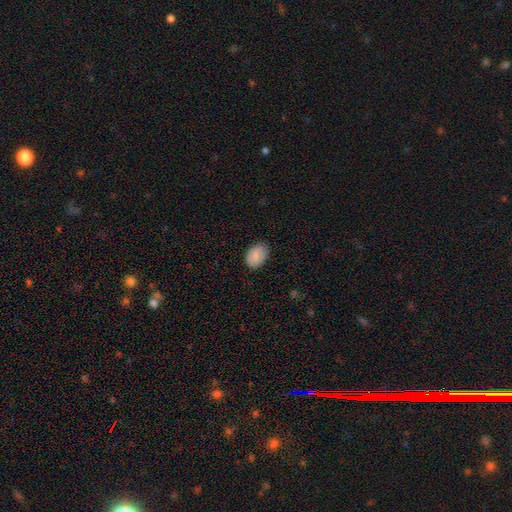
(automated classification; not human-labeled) Smooth or featured? Predicted: smooth (p=0.86). How rounded? Predicted: in between (p=0.84). Merging? Predicted: none (p=0.80).